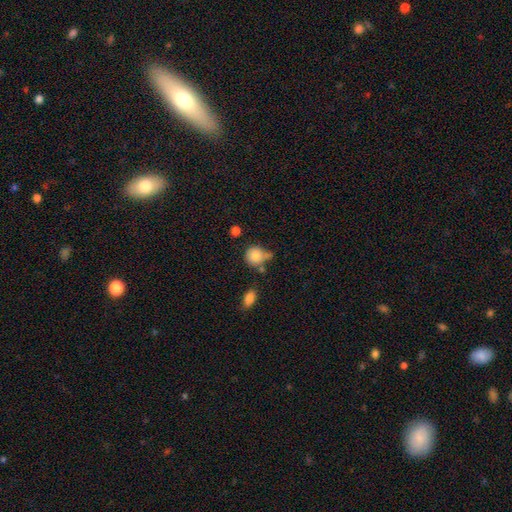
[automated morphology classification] smooth-or-featured: smooth: 82% | featured or disk: 9% | star or artifact: 9%
  how-rounded: round: 79% | in between: 20% | cigar-shaped: 1%
  merging: none: 44% | minor disturbance: 30% | merger: 15% | major disturbance: 11%